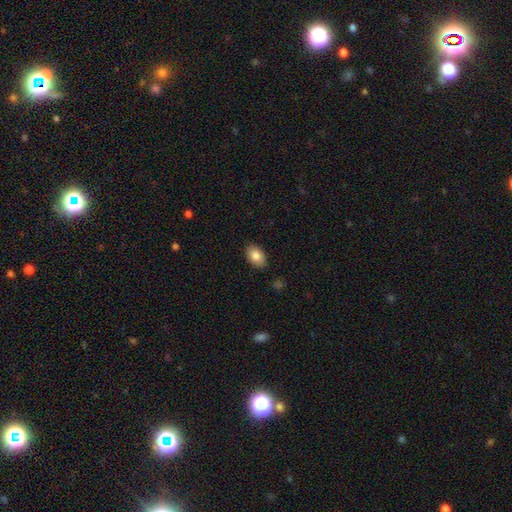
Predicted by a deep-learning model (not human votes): A smooth galaxy with no disk features (84%) that is in between round and cigar-shaped (89%).

Vote fractions:
- Smooth or featured? smooth: 84% / featured or disk: 8% / star or artifact: 7%
- How rounded? in between: 89% / round: 10% / cigar-shaped: 1%
- Merging? none: 87% / minor disturbance: 10% / major disturbance: 2% / merger: 1%